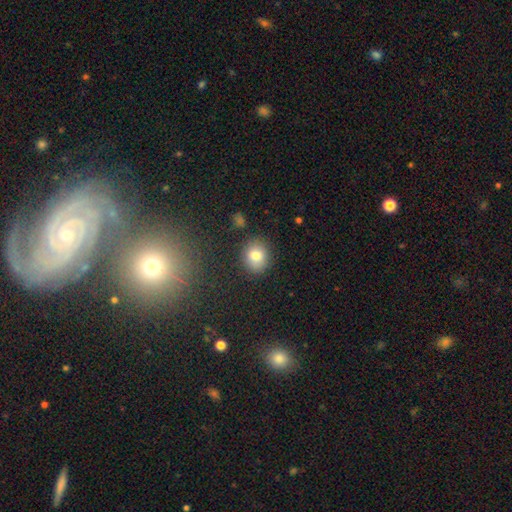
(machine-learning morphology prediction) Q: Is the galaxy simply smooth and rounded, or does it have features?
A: smooth — 81%.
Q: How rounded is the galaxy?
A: round — 68%.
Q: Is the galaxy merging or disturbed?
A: none — 84%.